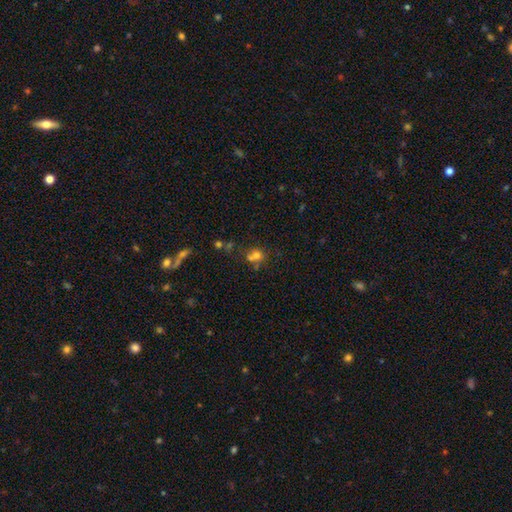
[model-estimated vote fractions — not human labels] Smooth or featured: smooth — 66% (star or artifact — 19%)
How rounded: round — 74% (in between — 25%)
Merging: none — 42% (merger — 40%)